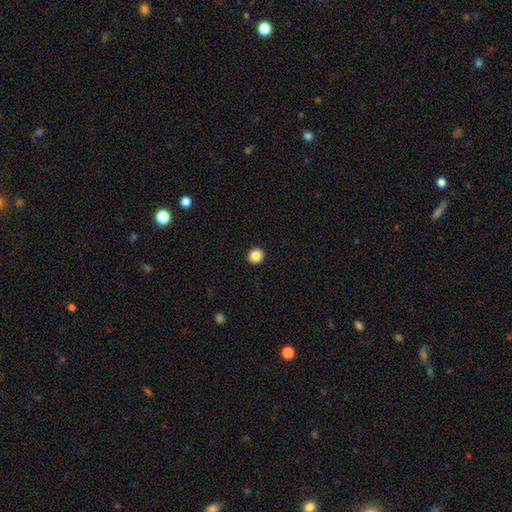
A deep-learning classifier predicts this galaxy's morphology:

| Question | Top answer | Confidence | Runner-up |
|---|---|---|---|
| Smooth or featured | smooth | 87% | star or artifact (10%) |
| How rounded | round | 94% | in between (6%) |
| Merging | none | 94% | minor disturbance (4%) |